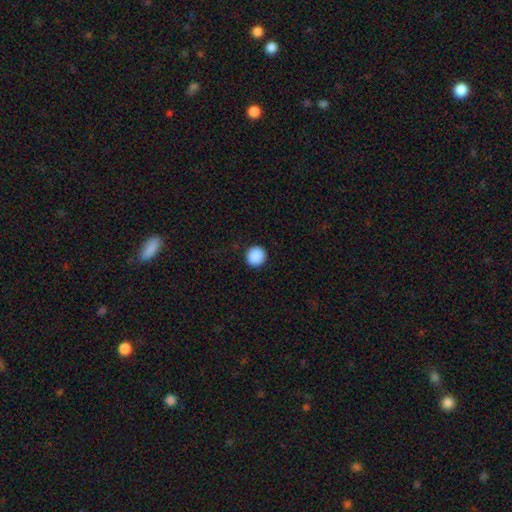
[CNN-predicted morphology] Smooth or featured: smooth — 90% (star or artifact — 8%)
How rounded: round — 94% (in between — 5%)
Merging: none — 92% (minor disturbance — 5%)